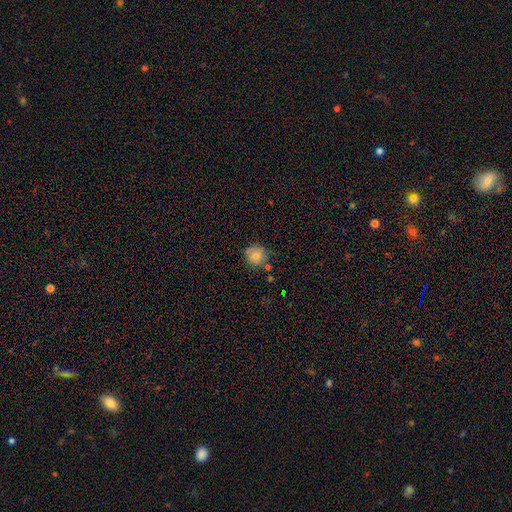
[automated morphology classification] Q: Smooth or featured?
A: smooth (80%); runner-up: featured or disk (10%)
Q: How rounded?
A: round (88%); runner-up: in between (11%)
Q: Merging?
A: none (74%); runner-up: minor disturbance (17%)